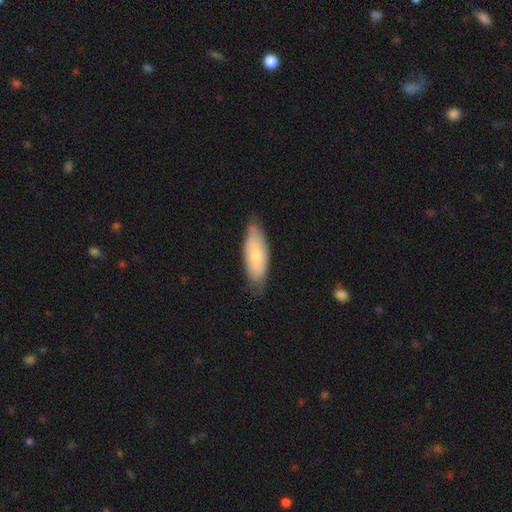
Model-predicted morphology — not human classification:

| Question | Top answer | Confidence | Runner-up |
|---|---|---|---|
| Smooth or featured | smooth | 64% | featured or disk (30%) |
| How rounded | in between | 69% | cigar-shaped (29%) |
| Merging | none | 72% | minor disturbance (23%) |